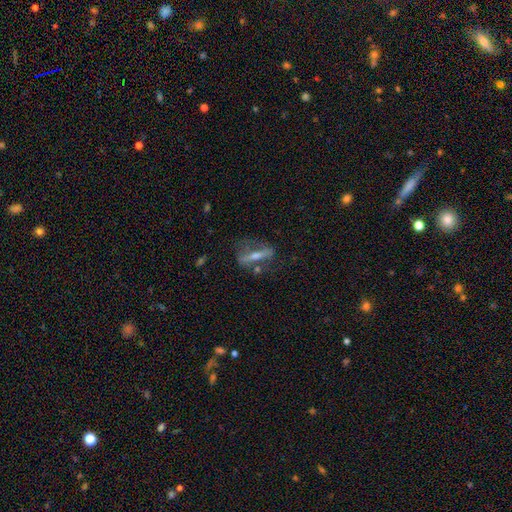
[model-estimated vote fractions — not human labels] smooth-or-featured: featured or disk: 63% | smooth: 26% | star or artifact: 10%
  disk-edge-on: yes: 54% | no: 46%
  merging: none: 61% | minor disturbance: 19% | major disturbance: 16% | merger: 4%